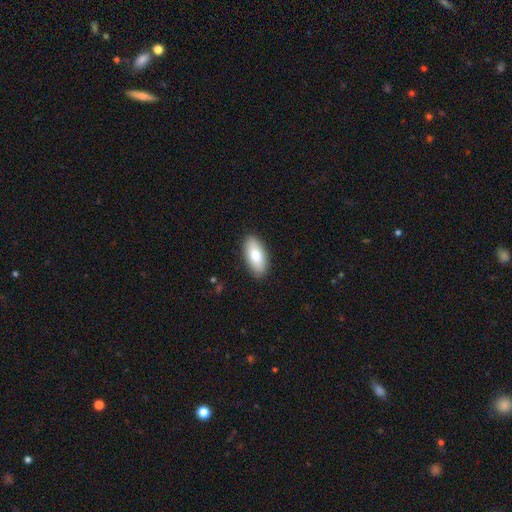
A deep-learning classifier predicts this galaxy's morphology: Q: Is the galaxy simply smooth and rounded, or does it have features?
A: smooth — 76%.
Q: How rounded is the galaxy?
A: in between — 90%.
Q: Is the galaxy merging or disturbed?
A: none — 89%.